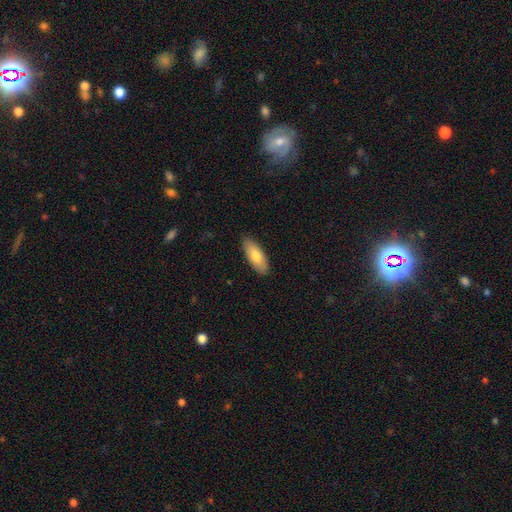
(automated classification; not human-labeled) smooth-or-featured: smooth: 77% | featured or disk: 17% | star or artifact: 5%
  how-rounded: in between: 81% | cigar-shaped: 18% | round: 2%
  merging: none: 88% | minor disturbance: 10% | major disturbance: 2% | merger: 1%